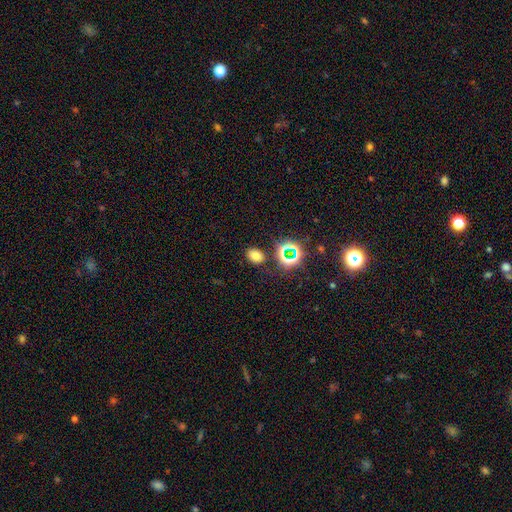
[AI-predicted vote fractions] smooth-or-featured: smooth: 70% | star or artifact: 23% | featured or disk: 7%
  how-rounded: in between: 69% | round: 30% | cigar-shaped: 1%
  merging: none: 84% | minor disturbance: 9% | merger: 4% | major disturbance: 3%